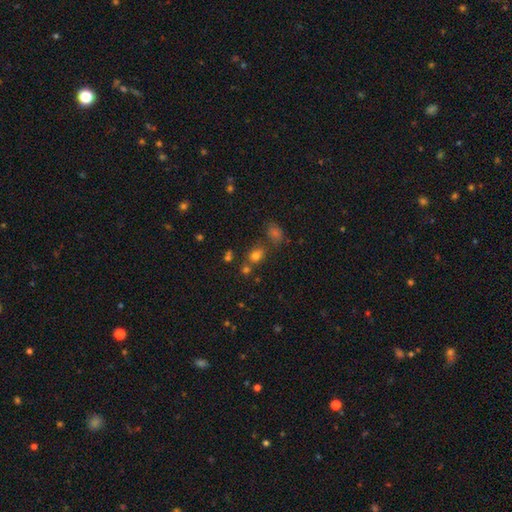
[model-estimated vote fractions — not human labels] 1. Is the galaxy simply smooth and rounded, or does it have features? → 73% smooth, 18% star or artifact, 9% featured or disk.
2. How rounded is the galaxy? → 53% round, 45% in between, 1% cigar-shaped.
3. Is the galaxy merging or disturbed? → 64% none, 18% merger, 13% minor disturbance, 5% major disturbance.